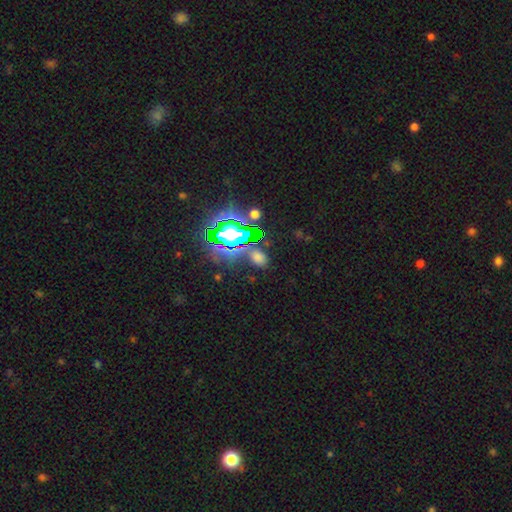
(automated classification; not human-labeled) smooth-or-featured: star or artifact: 63% | smooth: 26% | featured or disk: 12%